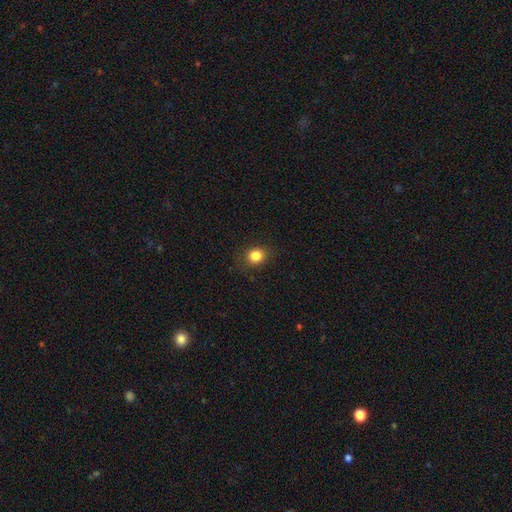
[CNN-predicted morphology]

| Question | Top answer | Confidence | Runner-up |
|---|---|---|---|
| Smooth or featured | smooth | 83% | star or artifact (11%) |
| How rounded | round | 73% | in between (26%) |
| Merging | none | 85% | minor disturbance (10%) |